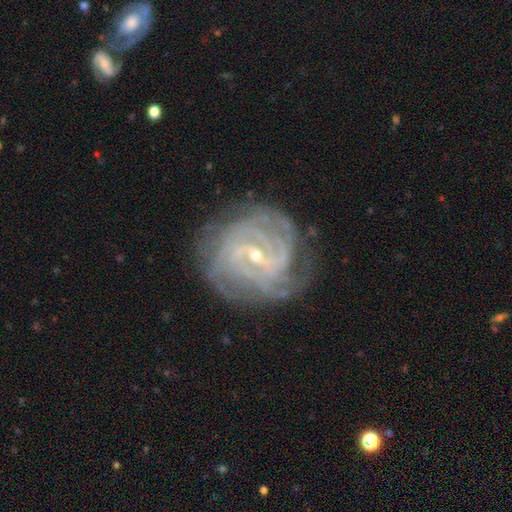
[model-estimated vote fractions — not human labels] smooth_or_featured: featured or disk (p=0.90) [alt: star or artifact p=0.06]
disk_edge_on: no (p=0.97) [alt: yes p=0.03]
bar: weak (p=0.51) [alt: strong p=0.27]
has_spiral_arms: yes (p=0.98) [alt: no p=0.02]
spiral_winding: tight (p=0.73) [alt: medium p=0.23]
spiral_arm_count: 4 (p=0.28) [alt: can't tell p=0.22]
bulge_size: small (p=0.74) [alt: moderate p=0.23]
merging: none (p=0.78) [alt: minor disturbance p=0.15]